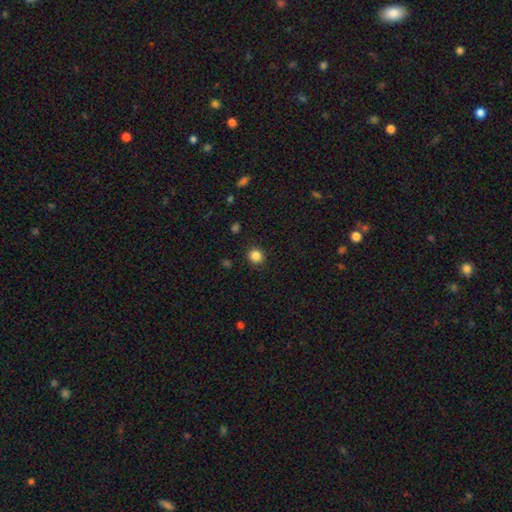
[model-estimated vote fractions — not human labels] Morphology: type=smooth (85%); roundness=round (91%); merging=none (91%).